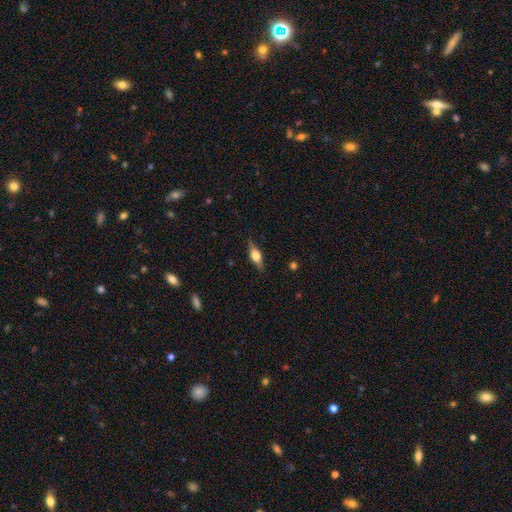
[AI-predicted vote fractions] Smooth or featured? Predicted: featured or disk (p=0.50). Merging? Predicted: none (p=0.83).